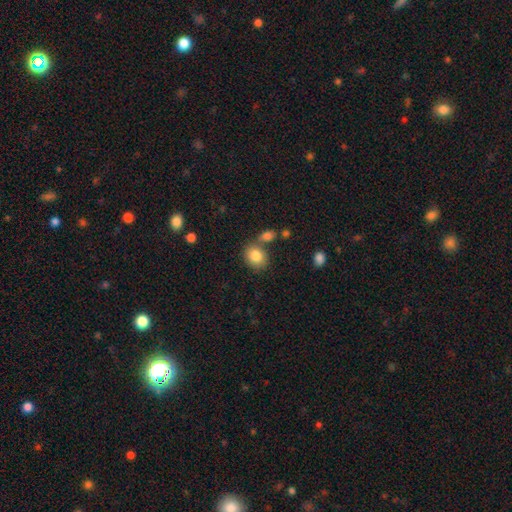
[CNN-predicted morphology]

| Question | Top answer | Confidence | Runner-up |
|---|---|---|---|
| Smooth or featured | smooth | 83% | star or artifact (9%) |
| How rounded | round | 56% | in between (43%) |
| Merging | none | 62% | merger (21%) |